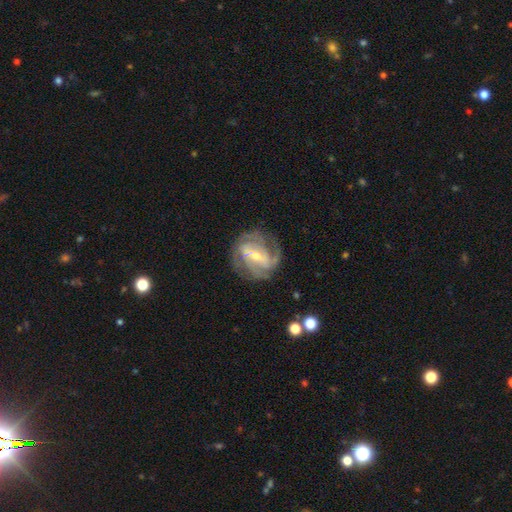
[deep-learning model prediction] smooth_or_featured: featured or disk (p=0.87) [alt: smooth p=0.08]
disk_edge_on: no (p=0.97) [alt: yes p=0.03]
bar: strong (p=0.48) [alt: weak p=0.37]
has_spiral_arms: yes (p=0.94) [alt: no p=0.06]
spiral_winding: tight (p=0.48) [alt: medium p=0.41]
spiral_arm_count: 2 (p=0.32) [alt: 3 p=0.29]
bulge_size: small (p=0.55) [alt: moderate p=0.40]
merging: none (p=0.71) [alt: minor disturbance p=0.17]